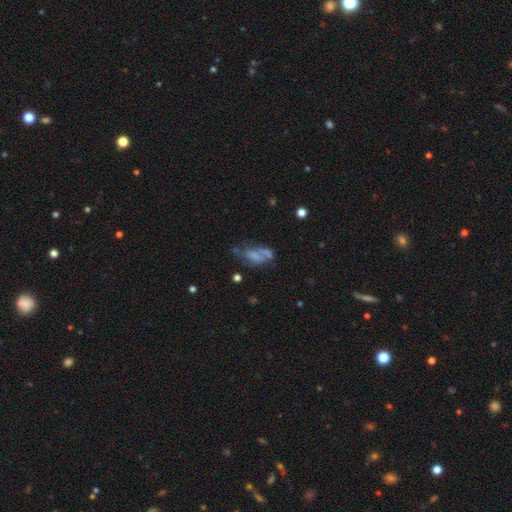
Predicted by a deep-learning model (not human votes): A smooth galaxy with no disk features (44%). Merging: none (30%).